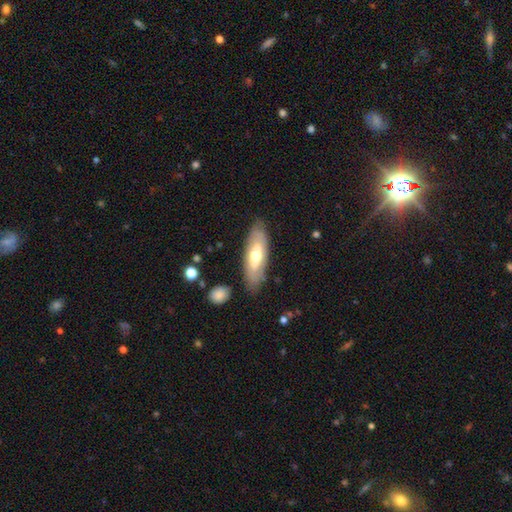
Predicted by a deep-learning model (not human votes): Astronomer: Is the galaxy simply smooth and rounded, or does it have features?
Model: smooth — 50% (runner-up: featured or disk, 44%).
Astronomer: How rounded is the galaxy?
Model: in between — 69%.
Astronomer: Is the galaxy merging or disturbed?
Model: none — 81%.